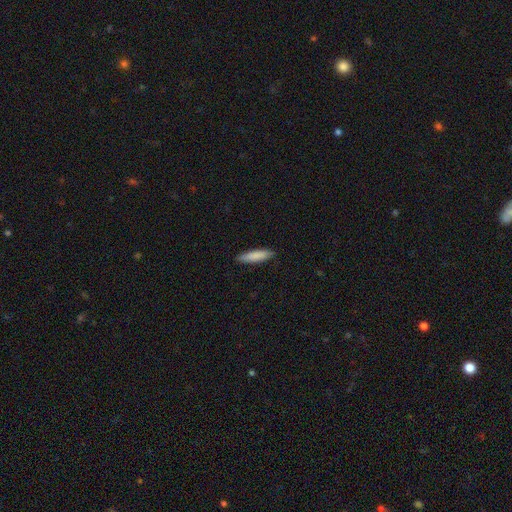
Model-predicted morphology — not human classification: Smooth or featured?
  - smooth: 85% *
  - featured or disk: 10%
  - star or artifact: 5%
How rounded?
  - cigar-shaped: 75% *
  - in between: 24%
  - round: 1%
Merging?
  - none: 88% *
  - minor disturbance: 9%
  - major disturbance: 2%
  - merger: 1%